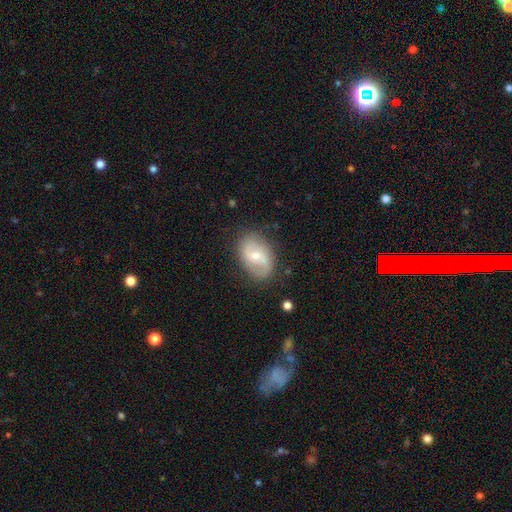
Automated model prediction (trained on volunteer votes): The model was most divided on "bulge size": small: 49%, moderate: 47%, large: 2%, none: 1%, dominant: 1%. Remaining: edge-on disk — no (96%); spiral arms — yes (85%); spiral arm count — 2 (81%); merging — none (77%); smooth or featured — featured or disk (67%); bar — weak (46%); spiral winding — medium (42%).